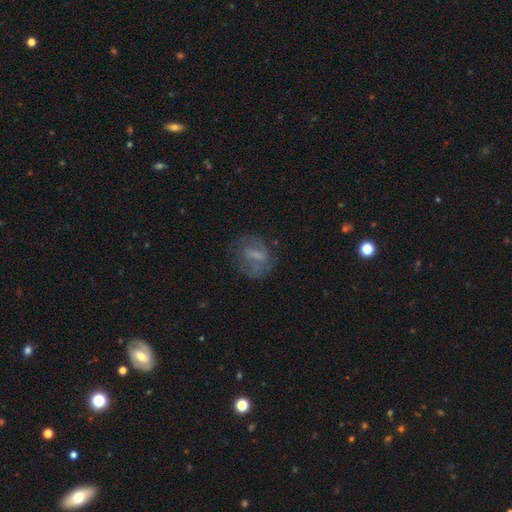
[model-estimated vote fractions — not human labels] smooth-or-featured: featured or disk: 48% | smooth: 40% | star or artifact: 12%
  merging: none: 60% | minor disturbance: 21% | major disturbance: 17% | merger: 2%